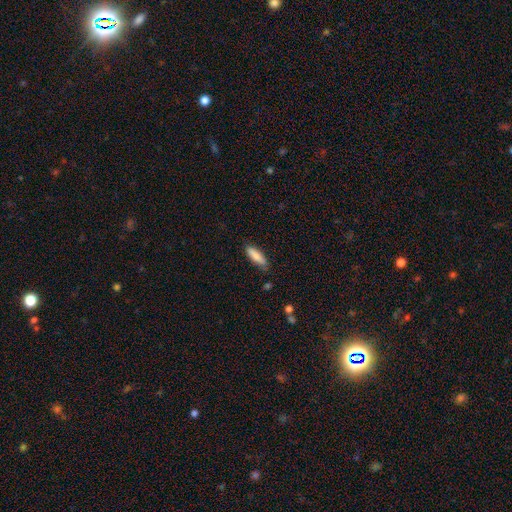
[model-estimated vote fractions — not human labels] smooth-or-featured: smooth: 84% | featured or disk: 10% | star or artifact: 6%
  how-rounded: cigar-shaped: 52% | in between: 46% | round: 2%
  merging: none: 78% | minor disturbance: 17% | major disturbance: 3% | merger: 2%